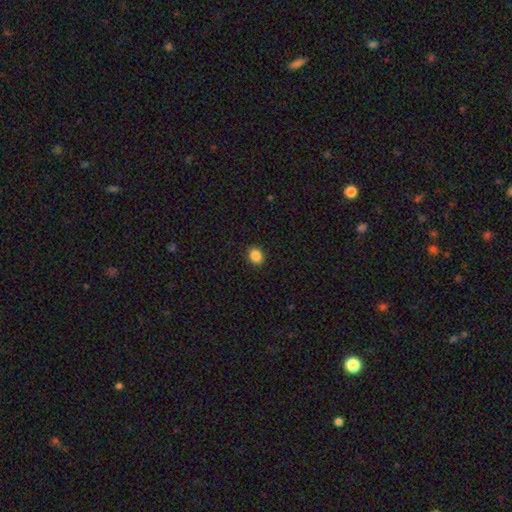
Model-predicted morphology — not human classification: The model was most divided on "how rounded": in between: 53%, round: 46%, cigar-shaped: 1%. More confident: merging — none (90%); smooth or featured — smooth (88%).